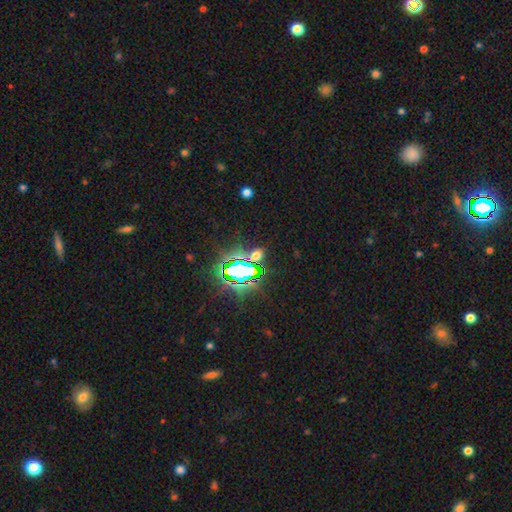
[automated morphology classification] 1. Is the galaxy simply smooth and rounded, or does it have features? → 64% star or artifact, 27% smooth, 9% featured or disk.